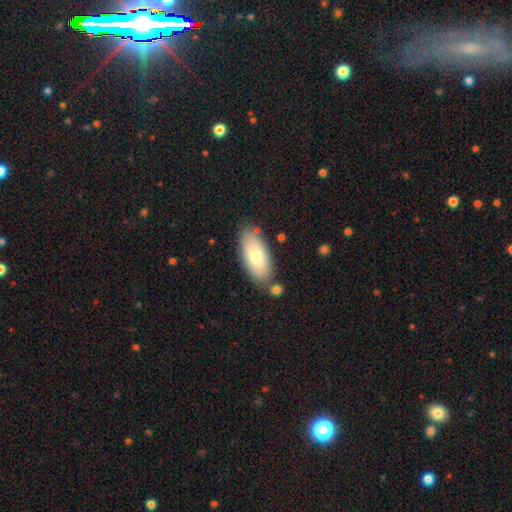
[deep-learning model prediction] A smooth galaxy with no disk features (74%) that is in between round and cigar-shaped (88%). Merging: none (76%).